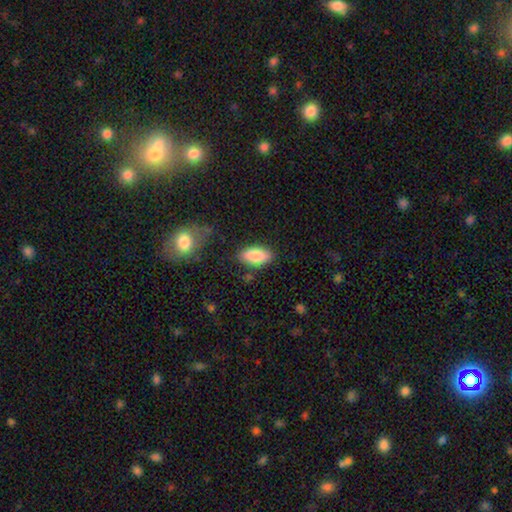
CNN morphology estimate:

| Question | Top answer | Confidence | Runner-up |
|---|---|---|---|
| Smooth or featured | smooth | 83% | featured or disk (10%) |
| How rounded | in between | 89% | cigar-shaped (8%) |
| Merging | none | 79% | minor disturbance (14%) |